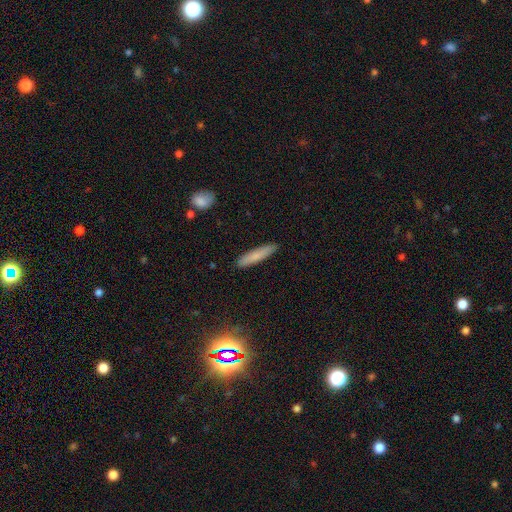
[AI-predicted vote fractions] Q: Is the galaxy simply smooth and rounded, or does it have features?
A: smooth — 77%.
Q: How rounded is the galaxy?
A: cigar-shaped — 88%.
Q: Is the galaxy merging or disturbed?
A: none — 90%.